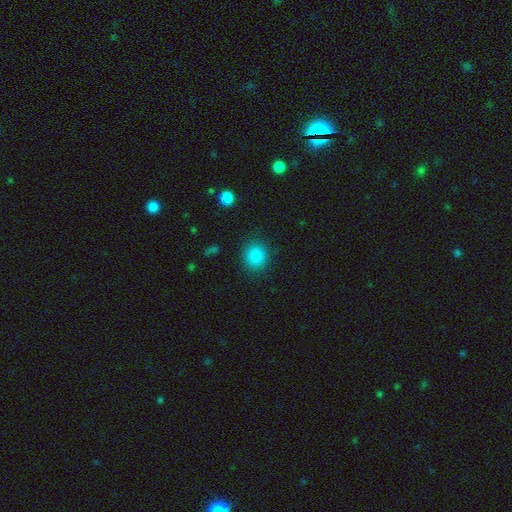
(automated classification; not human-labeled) A smooth galaxy with no disk features (86%) that is round (78%).

Vote fractions:
- Smooth or featured? smooth: 86% / star or artifact: 10% / featured or disk: 4%
- How rounded? round: 78% / in between: 21% / cigar-shaped: 1%
- Merging? none: 87% / minor disturbance: 8% / major disturbance: 3% / merger: 1%